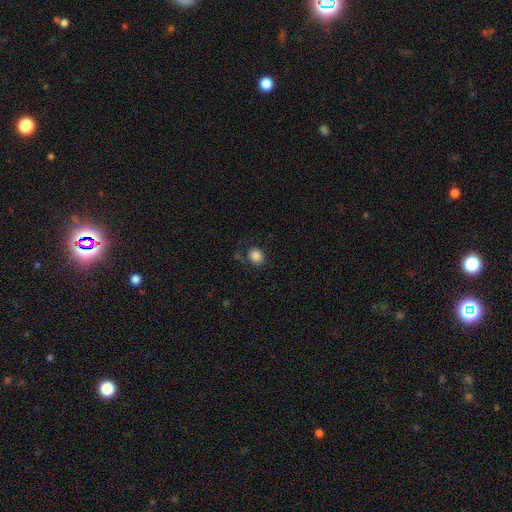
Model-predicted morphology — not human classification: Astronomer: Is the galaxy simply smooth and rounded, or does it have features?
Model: smooth — 85%.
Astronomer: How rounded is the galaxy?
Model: round — 77%.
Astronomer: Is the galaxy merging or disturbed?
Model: none — 73%.